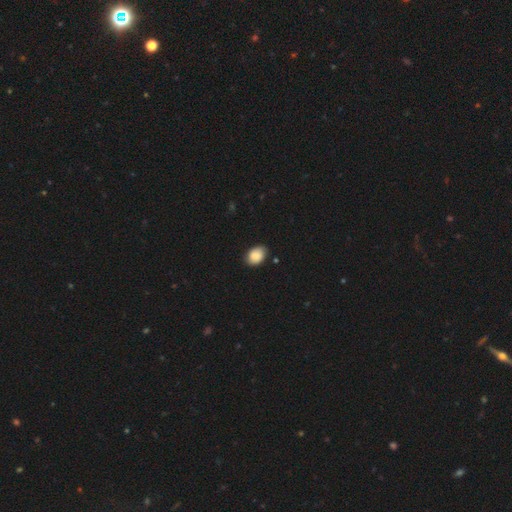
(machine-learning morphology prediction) This is clearly a smooth galaxy (85%). How rounded: likely in between (77%). Merging: likely none (80%).